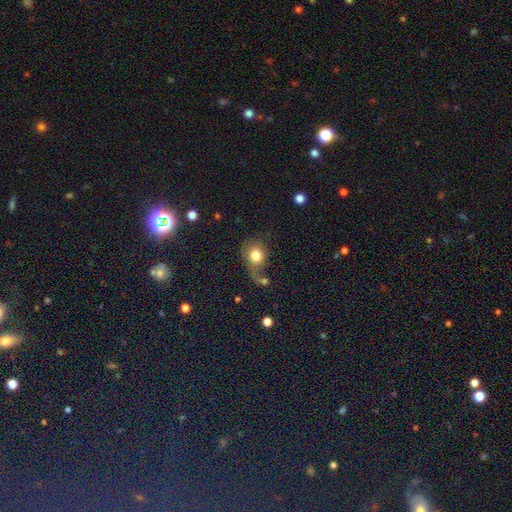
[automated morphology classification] Smooth or featured? Predicted: smooth (p=0.74). How rounded? Predicted: round (p=0.70). Merging? Predicted: none (p=0.35).